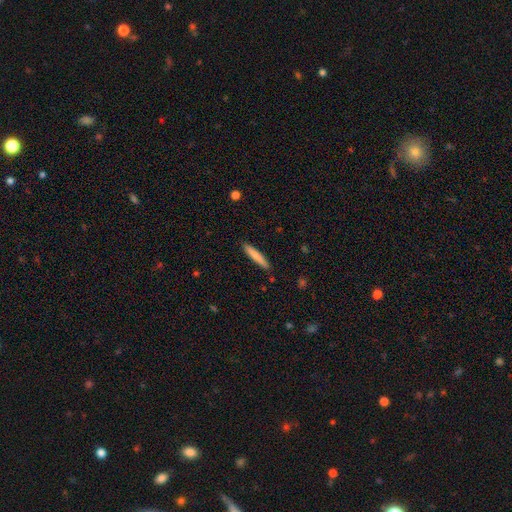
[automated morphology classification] Smooth or featured? Predicted: smooth (p=0.78). How rounded? Predicted: cigar-shaped (p=0.93). Merging? Predicted: none (p=0.89).